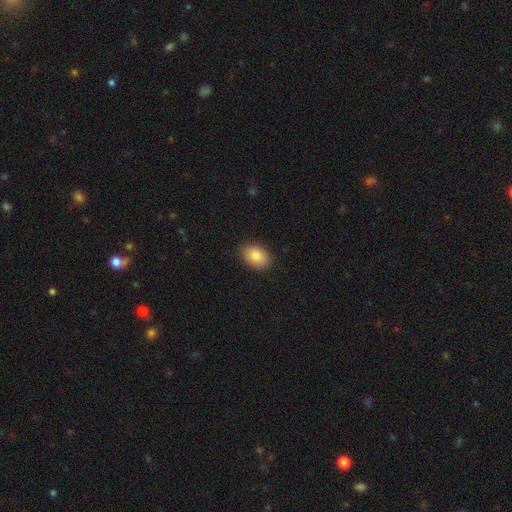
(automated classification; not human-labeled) Smooth or featured? Predicted: smooth (p=0.87). How rounded? Predicted: in between (p=0.84). Merging? Predicted: none (p=0.88).